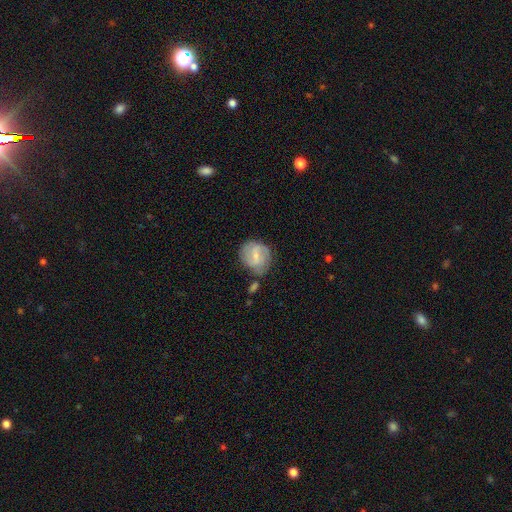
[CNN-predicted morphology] This is possibly a featured or disk galaxy (59%). It is clearly not viewed edge-on (97%). Bar: possibly weak (57%). Spiral arm pattern: clearly yes (83%). Central bulge: likely small (63%). Merging: possibly none (58%).